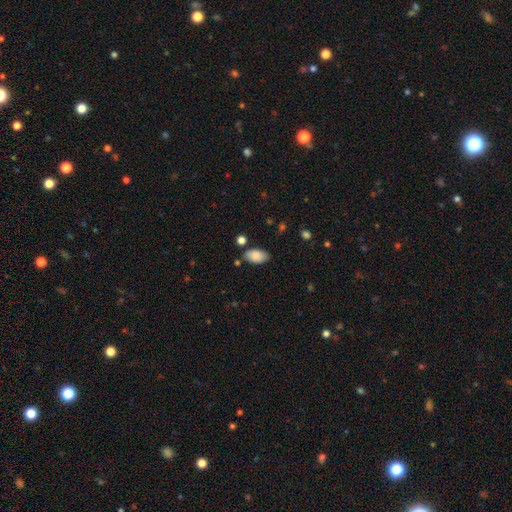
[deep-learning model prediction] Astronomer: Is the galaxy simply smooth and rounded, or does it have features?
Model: smooth — 87%.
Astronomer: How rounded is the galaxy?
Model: in between — 94%.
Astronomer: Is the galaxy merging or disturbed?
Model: none — 79%.